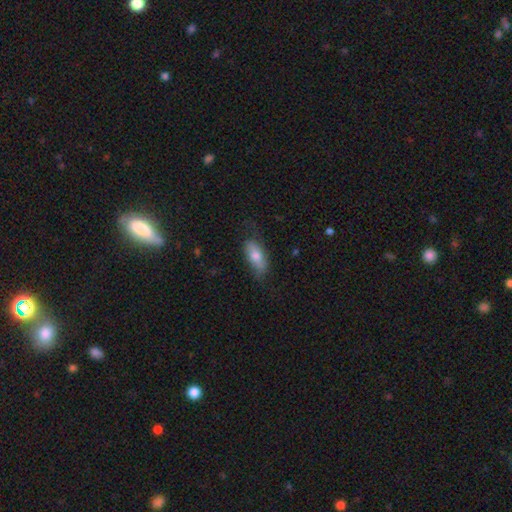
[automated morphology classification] A smooth galaxy with no disk features (70%) that is in between round and cigar-shaped (81%).

Vote fractions:
- Smooth or featured? smooth: 70% / featured or disk: 23% / star or artifact: 7%
- How rounded? in between: 81% / cigar-shaped: 17% / round: 3%
- Merging? none: 66% / minor disturbance: 24% / major disturbance: 8% / merger: 1%